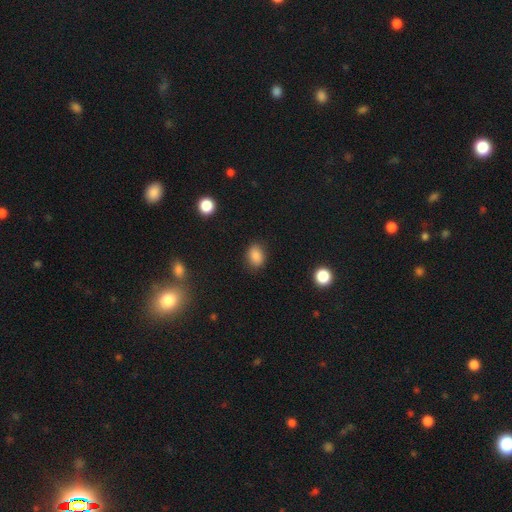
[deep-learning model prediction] A smooth galaxy with no disk features (86%) that is in between round and cigar-shaped (67%).

Vote fractions:
- Smooth or featured? smooth: 86% / star or artifact: 10% / featured or disk: 4%
- How rounded? in between: 67% / round: 32% / cigar-shaped: 1%
- Merging? none: 85% / minor disturbance: 11% / major disturbance: 3% / merger: 1%